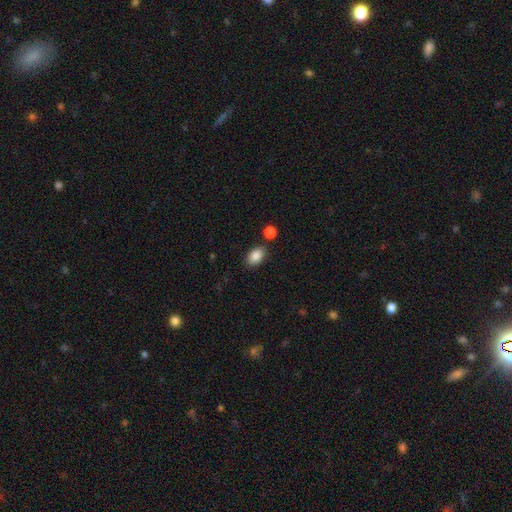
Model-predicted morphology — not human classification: The model was most divided on "merging": none: 81%, minor disturbance: 10%, merger: 6%, major disturbance: 3%. More confident: how rounded — in between (90%); smooth or featured — smooth (88%).